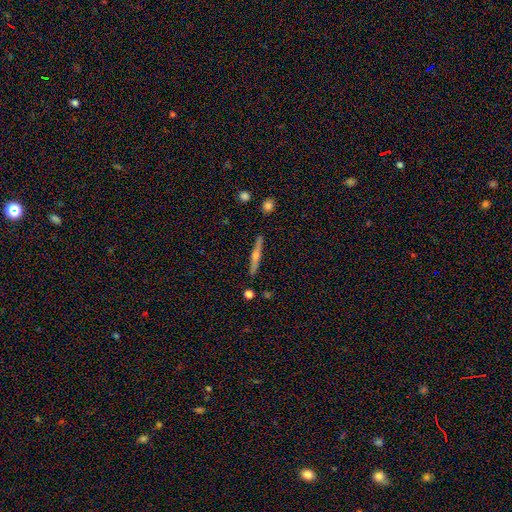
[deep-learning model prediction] Smooth or featured? featured or disk (60%)
Edge-on disk? yes (90%)
Edge-on bulge? rounded (76%)
Merging? none (81%)